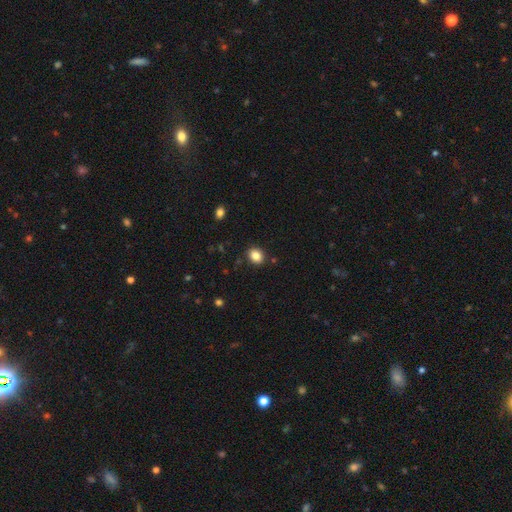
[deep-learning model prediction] smooth-or-featured: smooth: 85% | star or artifact: 10% | featured or disk: 5%
  how-rounded: in between: 52% | round: 47% | cigar-shaped: 1%
  merging: none: 88% | minor disturbance: 8% | major disturbance: 2% | merger: 2%